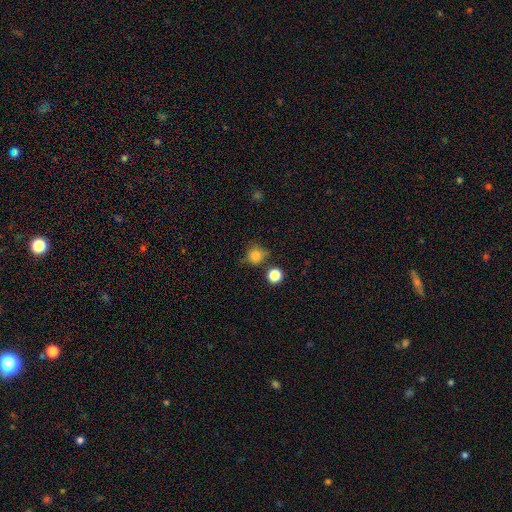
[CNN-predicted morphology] smooth_or_featured: smooth (p=0.81) [alt: star or artifact p=0.13]
how_rounded: round (p=0.88) [alt: in between p=0.11]
merging: none (p=0.70) [alt: minor disturbance p=0.18]